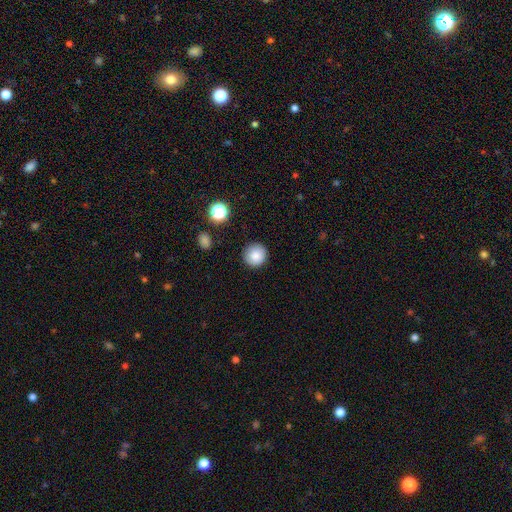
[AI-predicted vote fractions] smooth_or_featured: smooth (p=0.85) [alt: star or artifact p=0.10]
how_rounded: round (p=0.94) [alt: in between p=0.05]
merging: none (p=0.90) [alt: minor disturbance p=0.07]